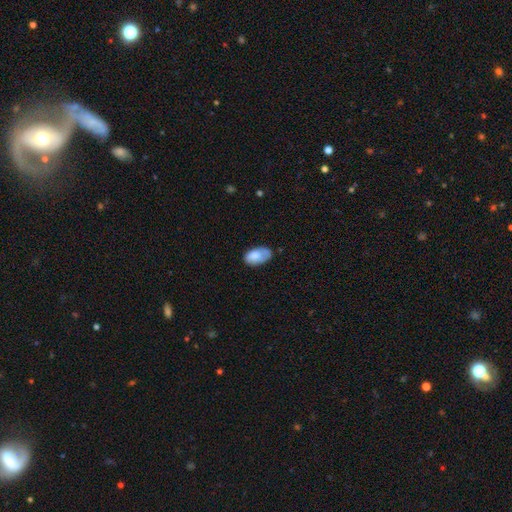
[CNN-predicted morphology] type=smooth (75%); roundness=in between (94%); merging=none (60%).